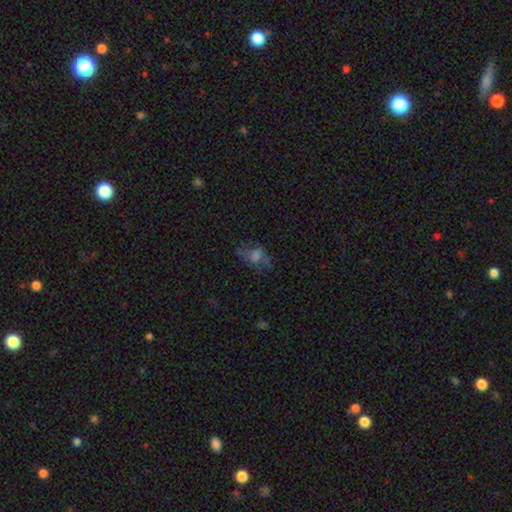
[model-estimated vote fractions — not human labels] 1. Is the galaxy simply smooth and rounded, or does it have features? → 41% featured or disk, 39% smooth, 20% star or artifact.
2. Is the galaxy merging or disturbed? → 55% none, 22% major disturbance, 20% minor disturbance, 3% merger.